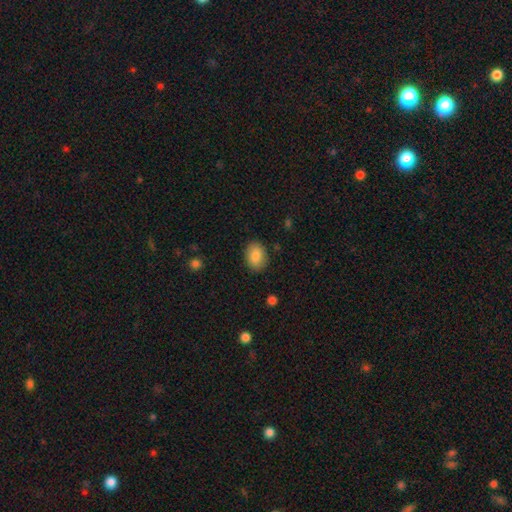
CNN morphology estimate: Smooth or featured: smooth — 87% (star or artifact — 7%)
How rounded: in between — 76% (round — 23%)
Merging: none — 86% (minor disturbance — 10%)